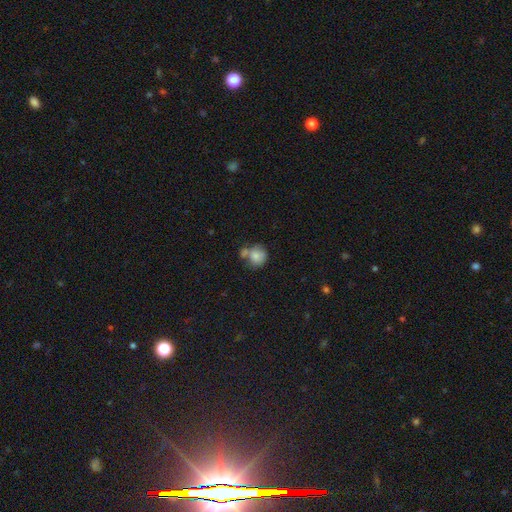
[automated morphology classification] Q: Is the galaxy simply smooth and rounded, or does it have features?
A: smooth — 80%.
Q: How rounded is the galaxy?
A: round — 81%.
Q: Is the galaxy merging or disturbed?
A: none — 45%.